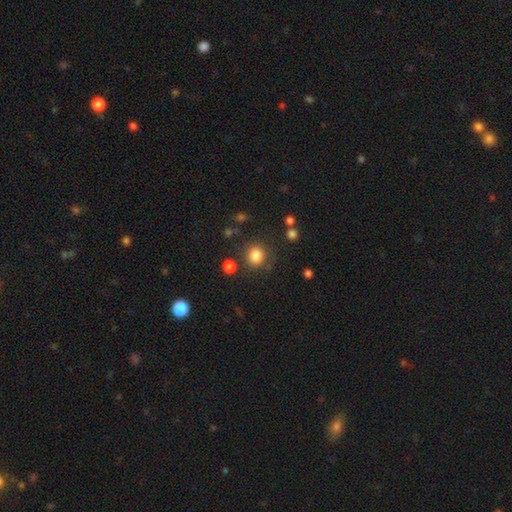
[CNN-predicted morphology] A smooth galaxy with no disk features (83%) that is round (85%). Merging: none (82%).